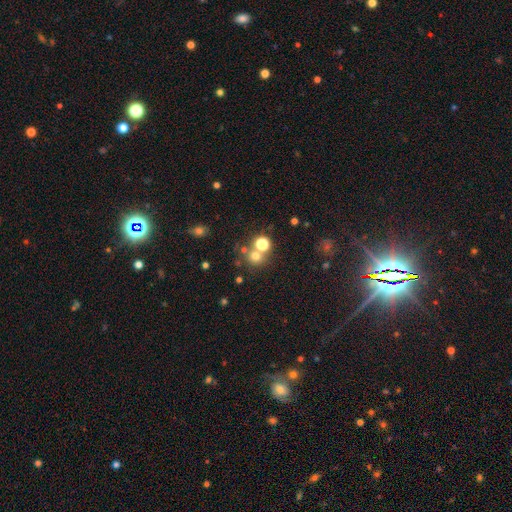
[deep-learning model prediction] Smooth or featured? smooth (65%)
How rounded? round (87%)
Merging? none (61%)